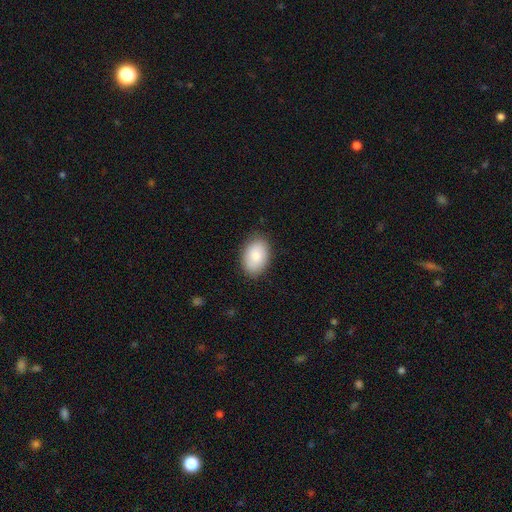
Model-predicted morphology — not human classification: Overall: smooth (84%). How rounded: in between (87%). Merging: none (85%).